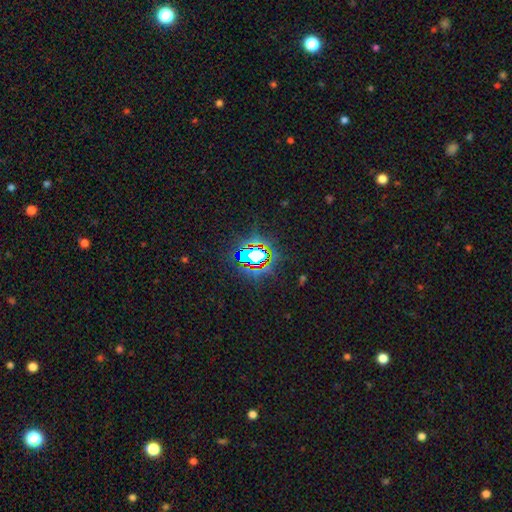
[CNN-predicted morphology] Smooth or featured?
  - star or artifact: 72% *
  - smooth: 16%
  - featured or disk: 12%